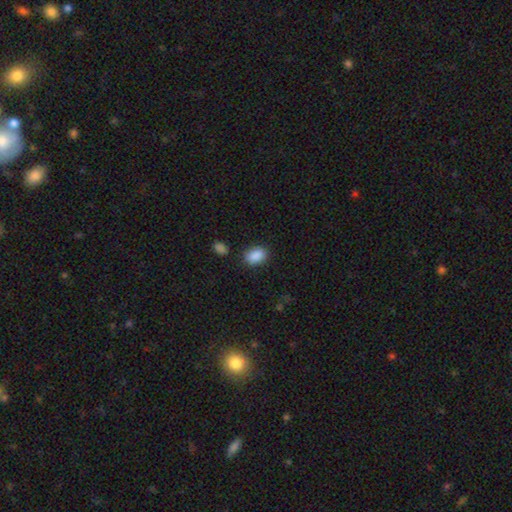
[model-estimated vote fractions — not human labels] A smooth galaxy with no disk features (89%) that is in between round and cigar-shaped (84%).

Vote fractions:
- Smooth or featured? smooth: 89% / star or artifact: 8% / featured or disk: 3%
- How rounded? in between: 84% / round: 15% / cigar-shaped: 1%
- Merging? none: 83% / minor disturbance: 11% / merger: 3% / major disturbance: 3%